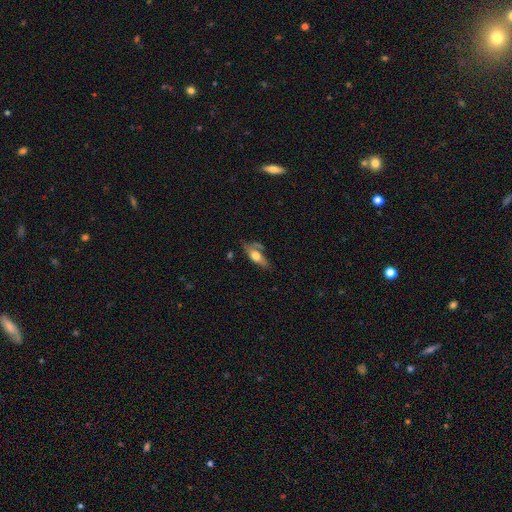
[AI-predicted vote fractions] Smooth or featured? smooth (57%)
How rounded? in between (75%)
Merging? none (49%)